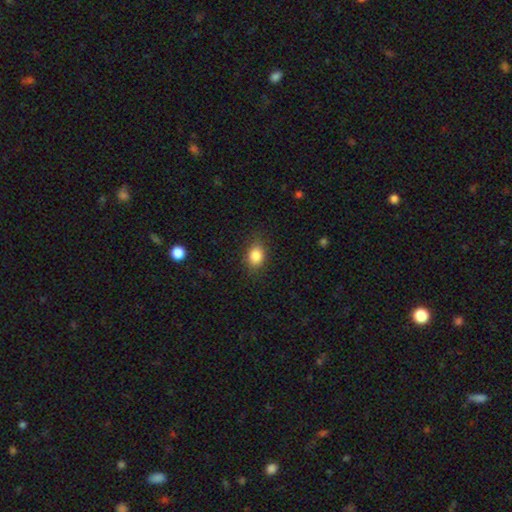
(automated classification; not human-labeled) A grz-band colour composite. It shows a smooth galaxy with no disk features (85%) that is in between round and cigar-shaped (69%). Merging: none (83%).